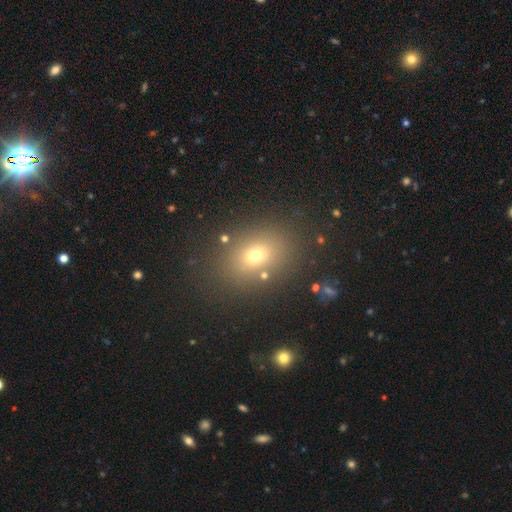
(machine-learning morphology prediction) smooth 68%, star or artifact 19%, featured or disk 13%. Down the decision tree: how rounded — in between (65%); merging — none (82%).